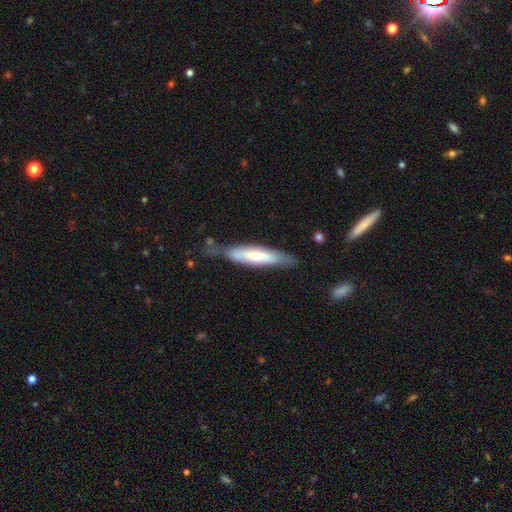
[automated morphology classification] smooth-or-featured: smooth: 48% | featured or disk: 47% | star or artifact: 5%
  merging: none: 66% | minor disturbance: 23% | major disturbance: 7% | merger: 4%